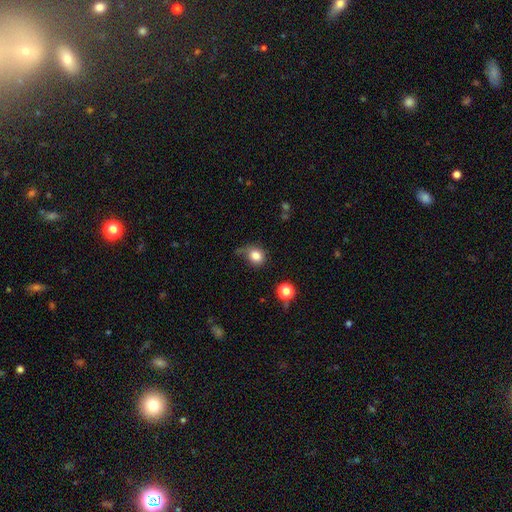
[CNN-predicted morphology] type=smooth (81%); roundness=round (65%); merging=none (55%).